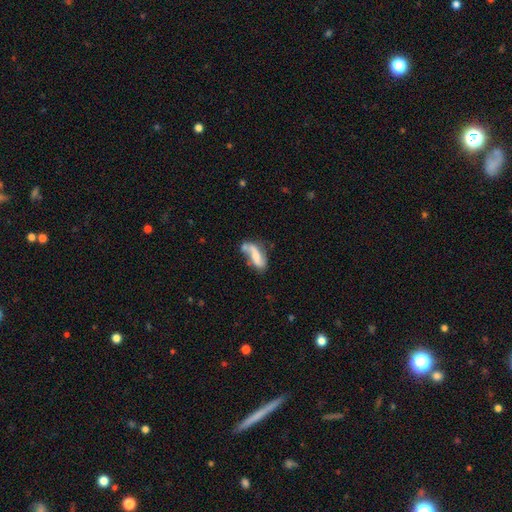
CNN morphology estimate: type=featured or disk (62%); edge-on=no (87%); bar=no (42%); spiral arms=yes (82%); bulge=moderate (44%); merging=none (45%).